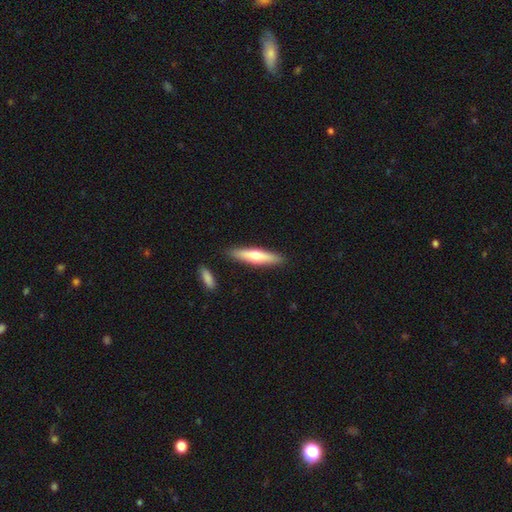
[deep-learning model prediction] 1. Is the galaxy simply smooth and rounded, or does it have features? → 57% smooth, 38% featured or disk, 5% star or artifact.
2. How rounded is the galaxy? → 81% cigar-shaped, 17% in between, 1% round.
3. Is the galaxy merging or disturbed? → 88% none, 8% minor disturbance, 2% merger, 2% major disturbance.